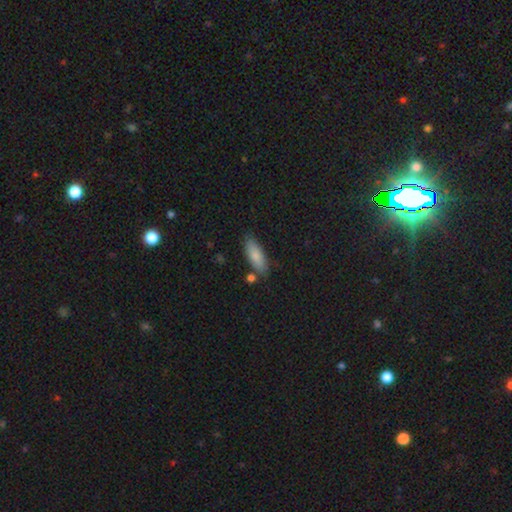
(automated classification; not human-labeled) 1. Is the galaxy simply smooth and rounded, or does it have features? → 83% smooth, 11% featured or disk, 6% star or artifact.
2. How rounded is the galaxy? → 71% in between, 27% cigar-shaped, 2% round.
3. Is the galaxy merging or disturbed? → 78% none, 14% minor disturbance, 5% merger, 3% major disturbance.